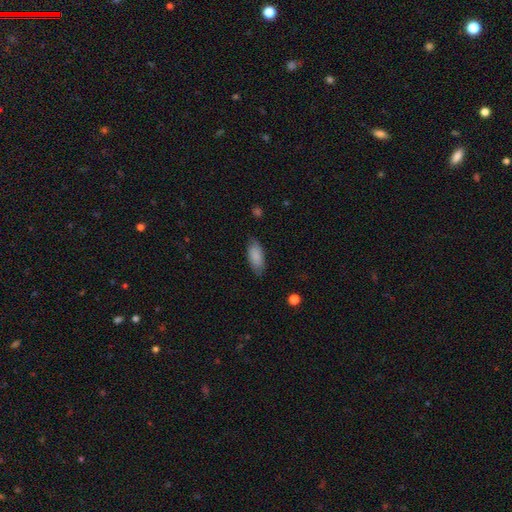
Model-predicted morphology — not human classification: The model was most divided on "merging": none: 80%, minor disturbance: 16%, major disturbance: 3%, merger: 1%. More confident: smooth or featured — smooth (86%); how rounded — in between (85%).